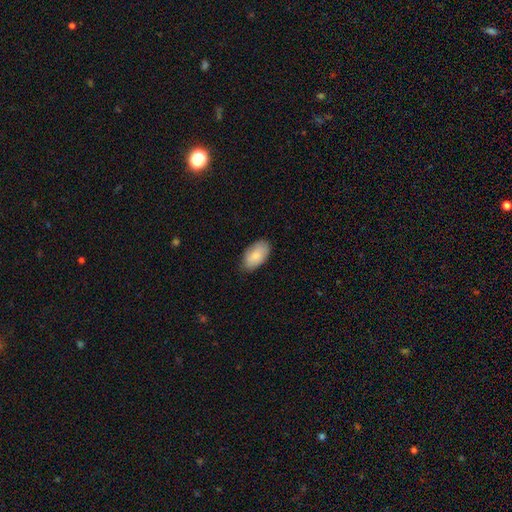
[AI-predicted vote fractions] Q: Smooth or featured?
A: smooth (82%); runner-up: featured or disk (12%)
Q: How rounded?
A: in between (94%); runner-up: round (4%)
Q: Merging?
A: none (79%); runner-up: minor disturbance (18%)